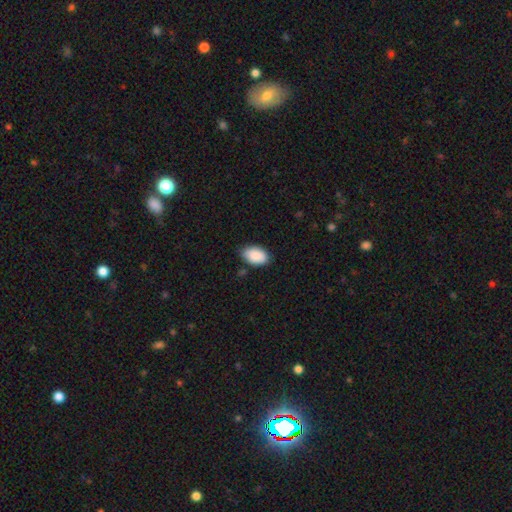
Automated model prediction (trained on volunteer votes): A smooth galaxy with no disk features (89%) that is in between round and cigar-shaped (92%). Merging: none (75%).